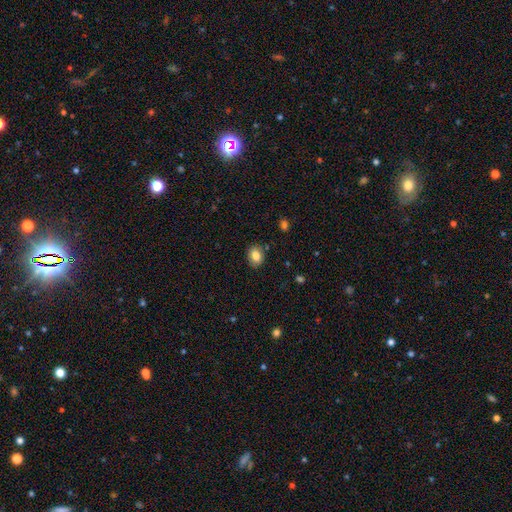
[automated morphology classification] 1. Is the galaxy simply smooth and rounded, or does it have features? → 82% smooth, 9% star or artifact, 9% featured or disk.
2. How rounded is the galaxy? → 59% in between, 40% round, 1% cigar-shaped.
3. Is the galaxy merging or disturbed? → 85% none, 11% minor disturbance, 3% major disturbance, 2% merger.